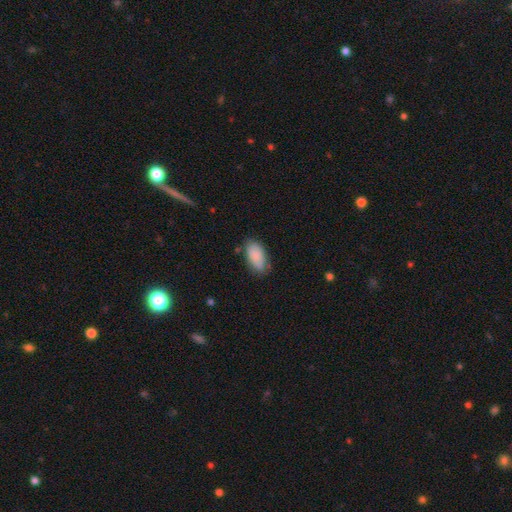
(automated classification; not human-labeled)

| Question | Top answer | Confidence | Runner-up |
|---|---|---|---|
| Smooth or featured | smooth | 87% | featured or disk (7%) |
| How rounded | in between | 93% | cigar-shaped (5%) |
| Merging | none | 72% | minor disturbance (21%) |